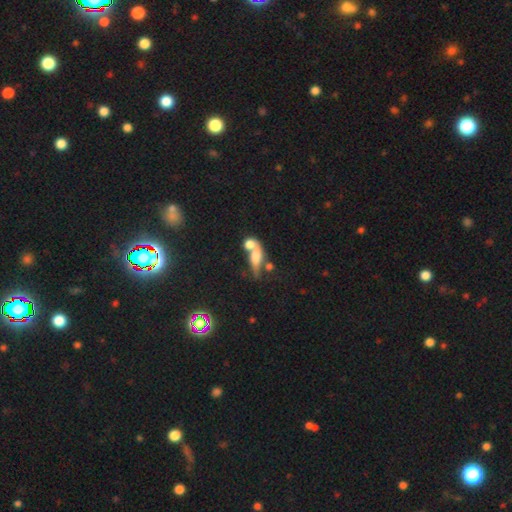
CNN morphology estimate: A smooth galaxy with no disk features (54%) that is in between round and cigar-shaped (60%).

Vote fractions:
- Smooth or featured? smooth: 54% / featured or disk: 33% / star or artifact: 13%
- How rounded? in between: 60% / cigar-shaped: 27% / round: 13%
- Merging? merger: 55% / none: 22% / major disturbance: 12% / minor disturbance: 11%